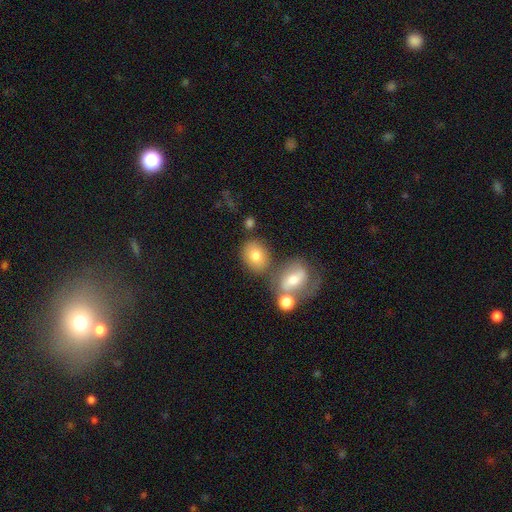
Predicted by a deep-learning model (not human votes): A smooth galaxy with no disk features (75%) that is round (54%).

Vote fractions:
- Smooth or featured? smooth: 75% / featured or disk: 15% / star or artifact: 10%
- How rounded? round: 54% / in between: 45% / cigar-shaped: 1%
- Merging? none: 64% / merger: 19% / minor disturbance: 13% / major disturbance: 5%